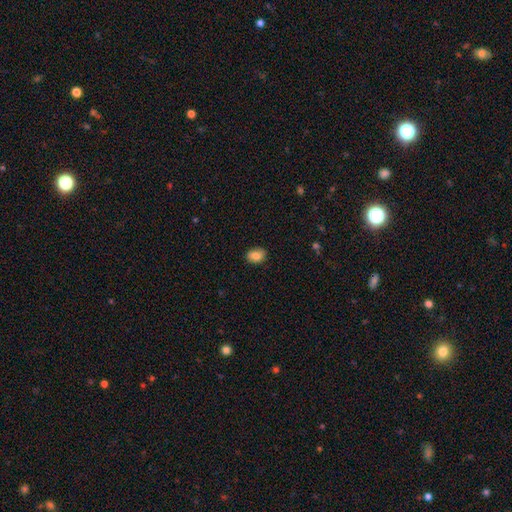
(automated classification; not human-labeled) Smooth or featured: smooth — 84% (star or artifact — 8%)
How rounded: in between — 68% (round — 31%)
Merging: none — 86% (minor disturbance — 11%)